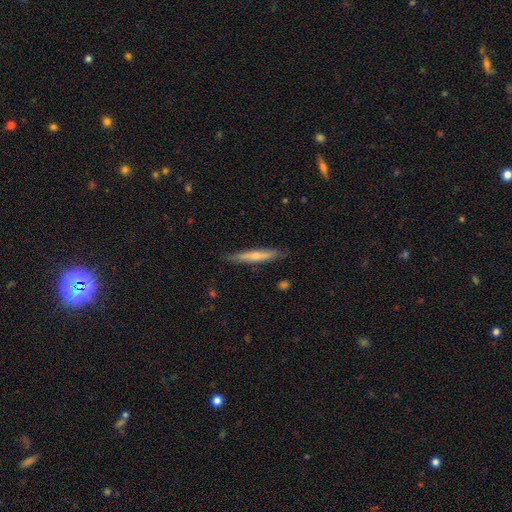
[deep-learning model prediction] Q: Smooth or featured?
A: featured or disk (54%); runner-up: smooth (40%)
Q: Edge-on disk?
A: yes (92%); runner-up: no (8%)
Q: Edge-on bulge?
A: rounded (69%); runner-up: none (27%)
Q: Merging?
A: none (86%); runner-up: minor disturbance (11%)